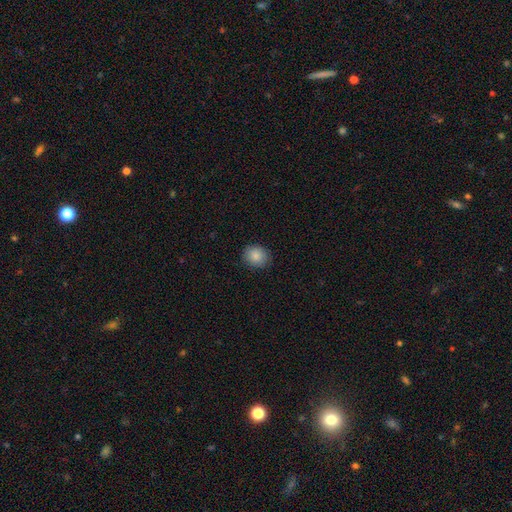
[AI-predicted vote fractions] Morphology: type=smooth (88%); roundness=round (64%); merging=none (86%).